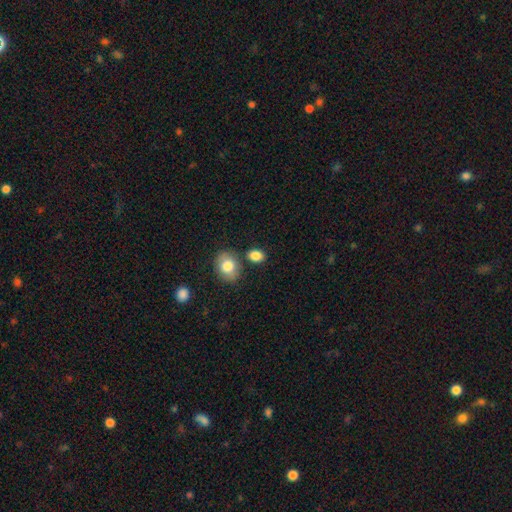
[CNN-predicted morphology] Smooth or featured: smooth — 85% (star or artifact — 9%)
How rounded: in between — 66% (round — 33%)
Merging: none — 73% (minor disturbance — 12%)